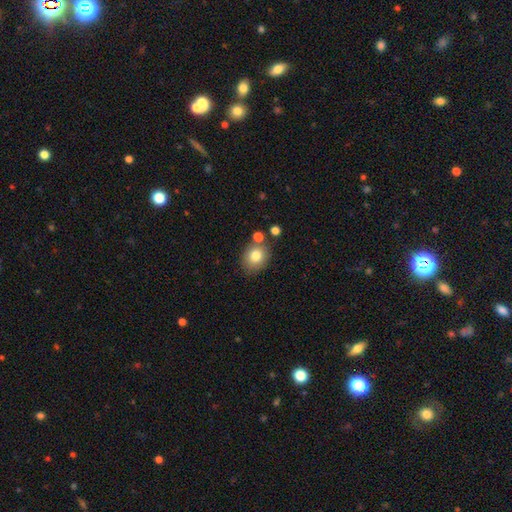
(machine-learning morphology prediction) Smooth or featured? Predicted: smooth (p=0.79). How rounded? Predicted: round (p=0.58). Merging? Predicted: none (p=0.72).